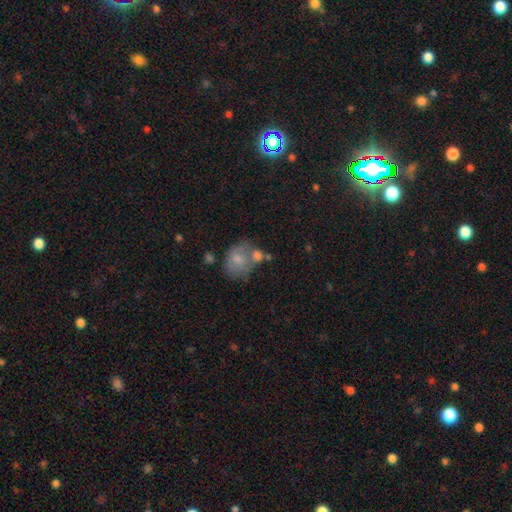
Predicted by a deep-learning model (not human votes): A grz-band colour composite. It shows a smooth galaxy with no disk features (51%) that is round (61%). Merging: none (48%).